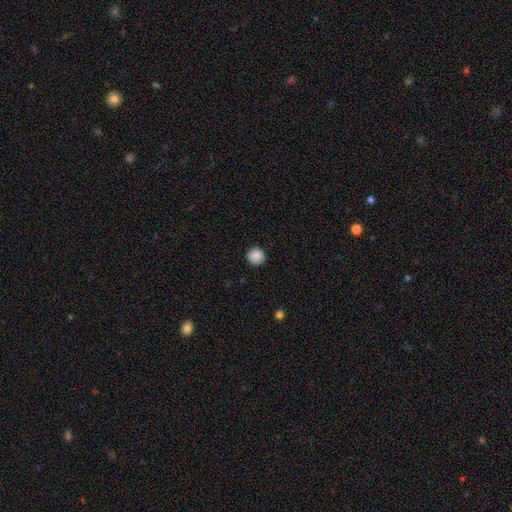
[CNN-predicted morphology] Overall: smooth (89%). How rounded: round (94%). Merging: none (91%).